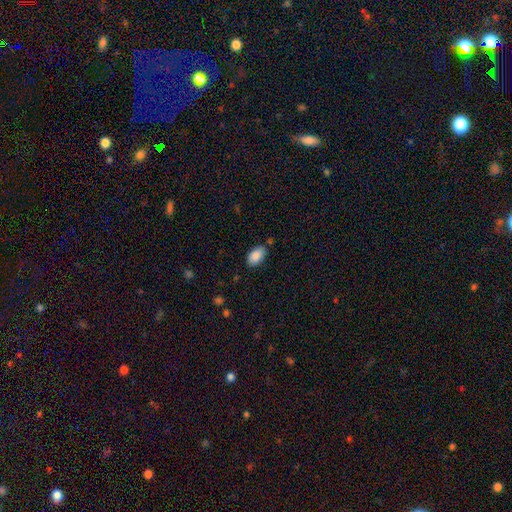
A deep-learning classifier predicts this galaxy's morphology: Smooth or featured: smooth — 88% (star or artifact — 7%)
How rounded: in between — 94% (round — 5%)
Merging: none — 80% (minor disturbance — 14%)